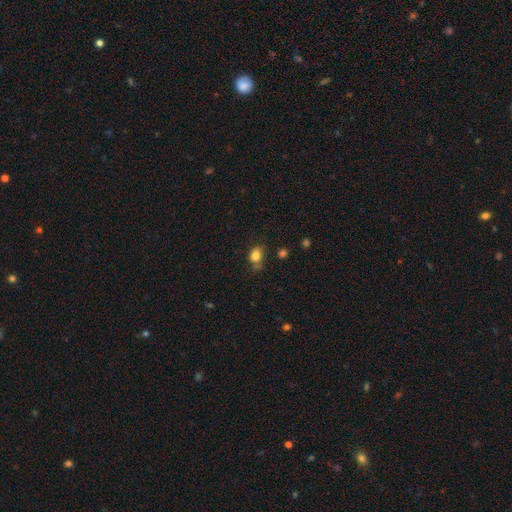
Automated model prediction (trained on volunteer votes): Q: Smooth or featured?
A: smooth (82%); runner-up: star or artifact (11%)
Q: How rounded?
A: in between (50%); runner-up: round (49%)
Q: Merging?
A: none (64%); runner-up: minor disturbance (21%)